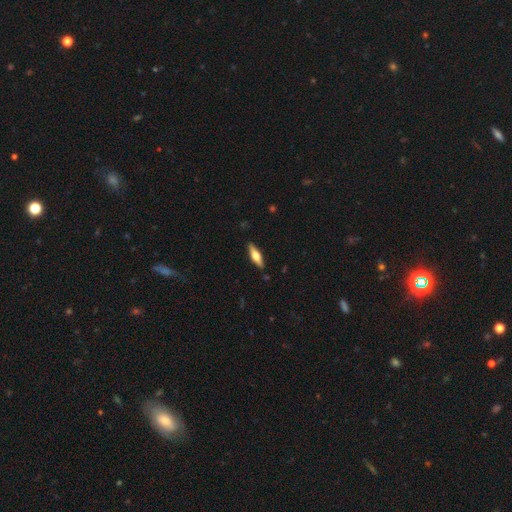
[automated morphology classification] type=featured or disk (51%); edge-on=yes (93%); merging=none (89%).